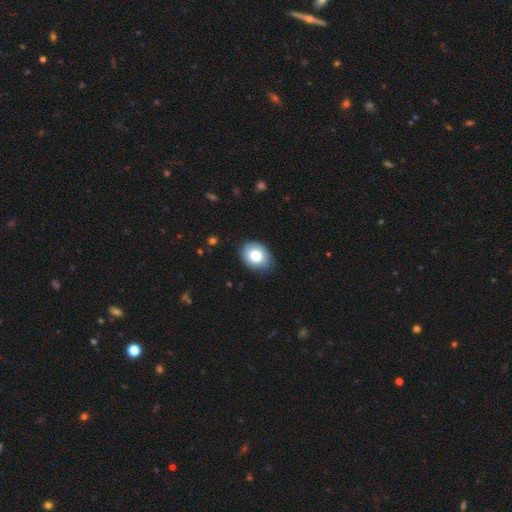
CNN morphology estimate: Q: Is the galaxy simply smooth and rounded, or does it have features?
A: smooth — 77%.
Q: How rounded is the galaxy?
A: in between — 60%.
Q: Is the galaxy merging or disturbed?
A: none — 75%.